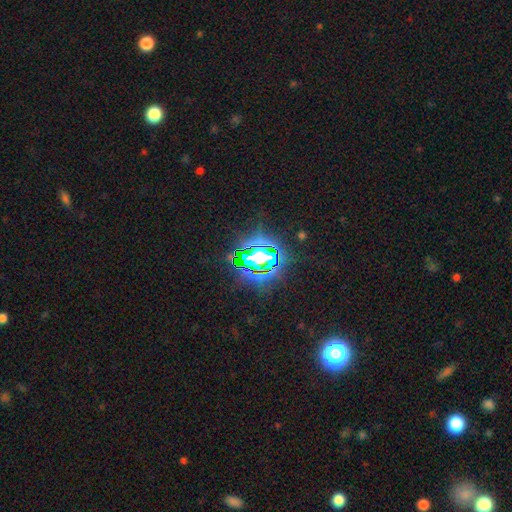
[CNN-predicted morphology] Q: Smooth or featured?
A: star or artifact (74%); runner-up: smooth (15%)